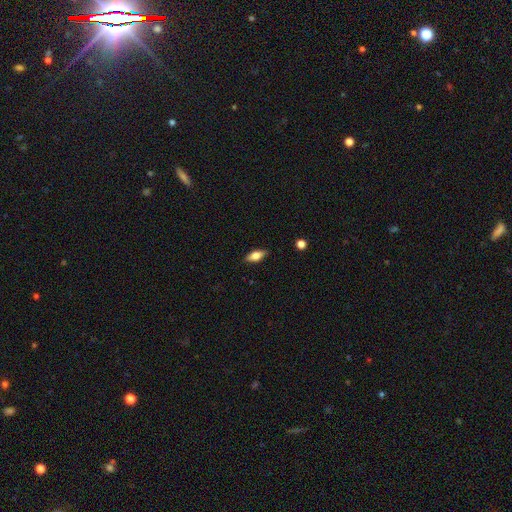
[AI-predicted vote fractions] This is likely a smooth galaxy (67%). How rounded: likely in between (78%). Merging: clearly none (86%).